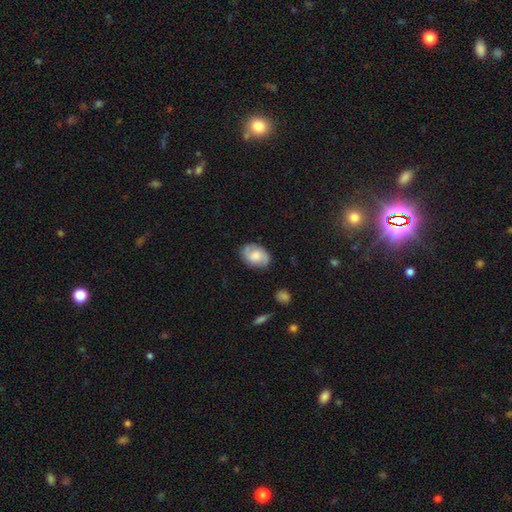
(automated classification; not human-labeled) A smooth galaxy with no disk features (48%). Merging: none (80%).